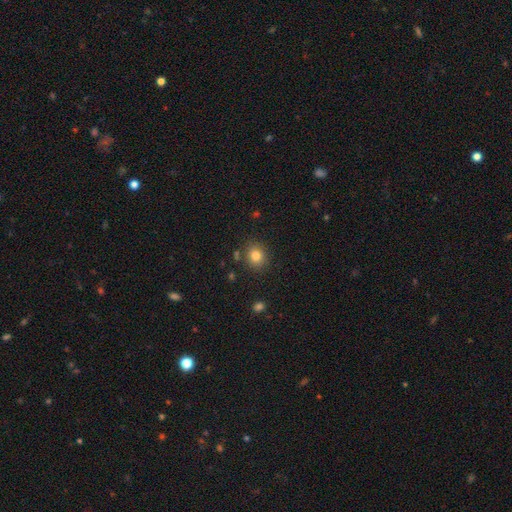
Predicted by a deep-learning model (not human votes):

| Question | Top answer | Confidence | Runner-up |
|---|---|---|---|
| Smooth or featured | smooth | 81% | star or artifact (12%) |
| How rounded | round | 75% | in between (24%) |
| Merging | none | 83% | minor disturbance (10%) |